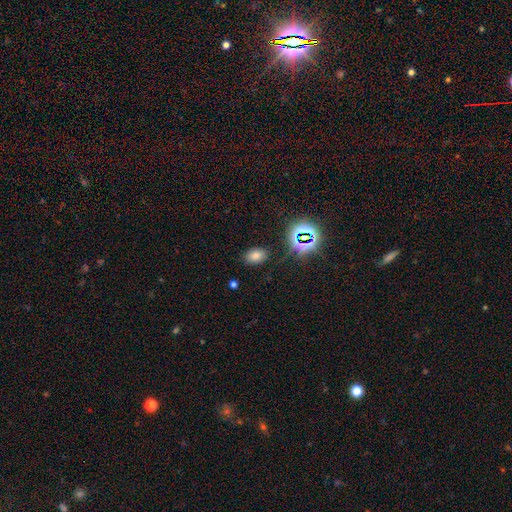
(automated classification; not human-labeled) Smooth or featured? Predicted: smooth (p=0.69). How rounded? Predicted: in between (p=0.81). Merging? Predicted: none (p=0.83).